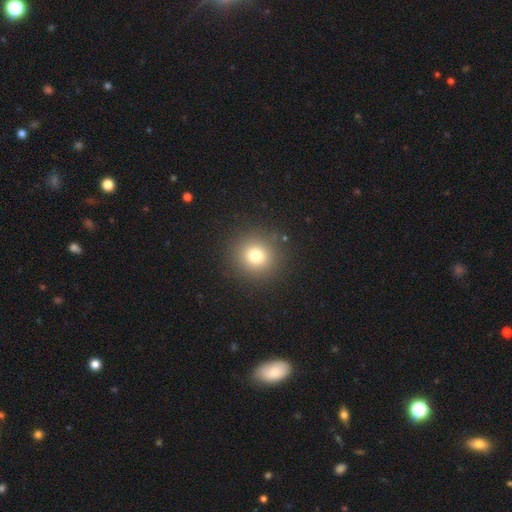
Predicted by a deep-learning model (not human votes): Smooth or featured: smooth — 76% (star or artifact — 15%)
How rounded: round — 93% (in between — 6%)
Merging: none — 89% (minor disturbance — 6%)